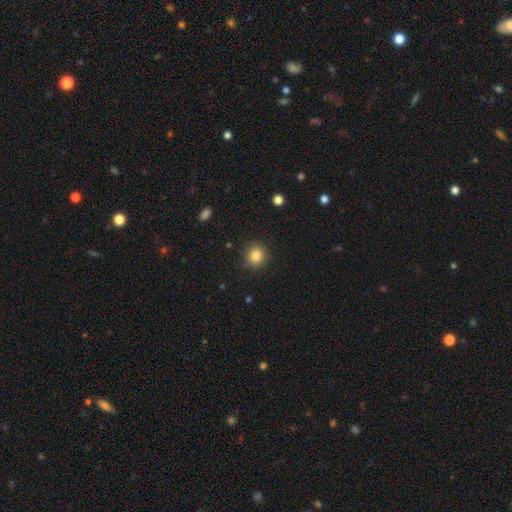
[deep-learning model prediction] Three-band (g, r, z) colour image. It shows a smooth galaxy with no disk features (84%) that is round (87%). Merging: none (87%).